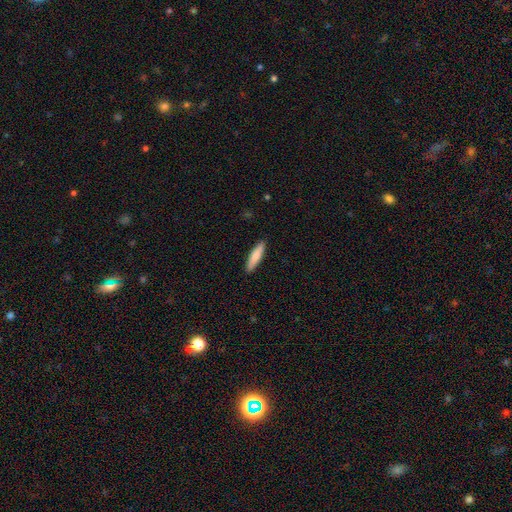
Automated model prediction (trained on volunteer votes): The model was most divided on "how rounded": cigar-shaped: 80%, in between: 19%, round: 1%. More confident: merging — none (91%); smooth or featured — smooth (79%).